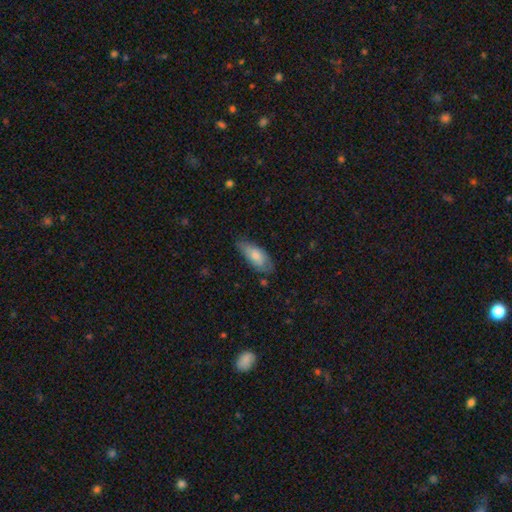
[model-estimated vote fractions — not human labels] Smooth or featured?
  - smooth: 70% *
  - featured or disk: 24%
  - star or artifact: 6%
How rounded?
  - in between: 82% *
  - cigar-shaped: 16%
  - round: 2%
Merging?
  - none: 54% *
  - minor disturbance: 35%
  - major disturbance: 9%
  - merger: 2%